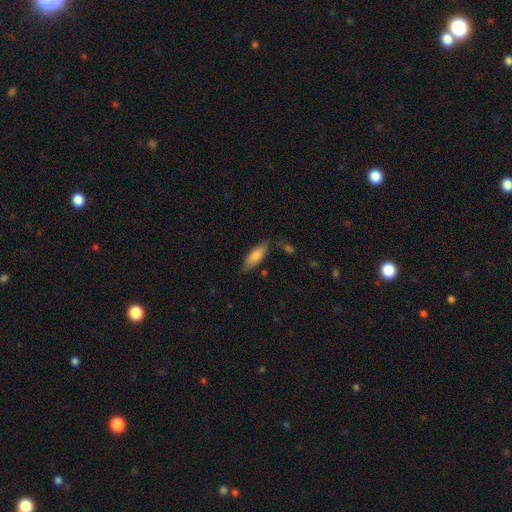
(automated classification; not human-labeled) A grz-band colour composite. It shows a smooth galaxy with no disk features (77%) that is in between round and cigar-shaped (50%). Merging: none (77%).